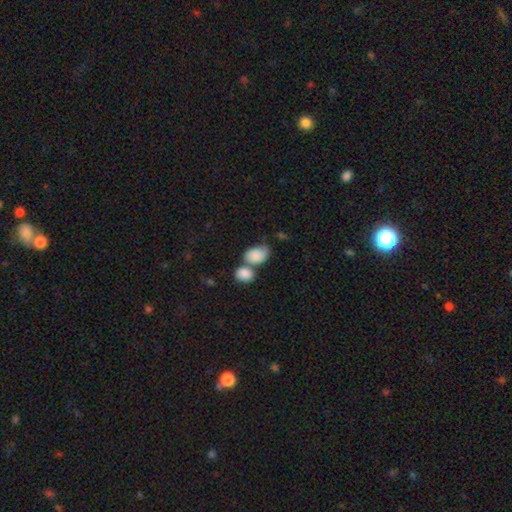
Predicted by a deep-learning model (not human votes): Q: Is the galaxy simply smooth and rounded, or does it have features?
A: smooth — 86%.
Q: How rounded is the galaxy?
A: in between — 86%.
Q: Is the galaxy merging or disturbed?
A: merger — 49%.